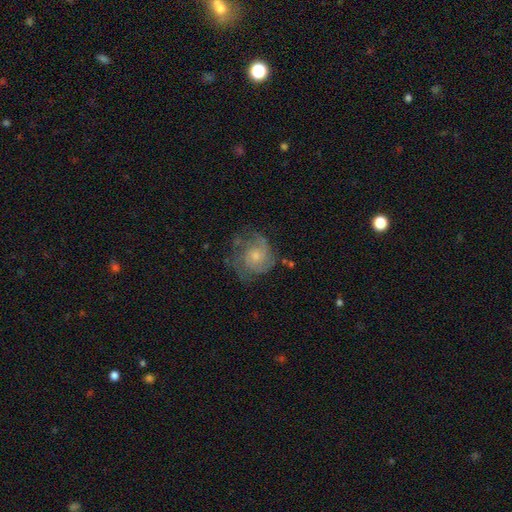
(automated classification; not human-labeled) Smooth or featured? Predicted: featured or disk (p=0.67). Edge-on disk? Predicted: no (p=0.97). Bar? Predicted: no (p=0.79). Spiral arms? Predicted: yes (p=0.87). Spiral winding? Predicted: tight (p=0.47). Spiral arm count? Predicted: can't tell (p=0.35). Bulge size? Predicted: small (p=0.51). Merging? Predicted: none (p=0.64).